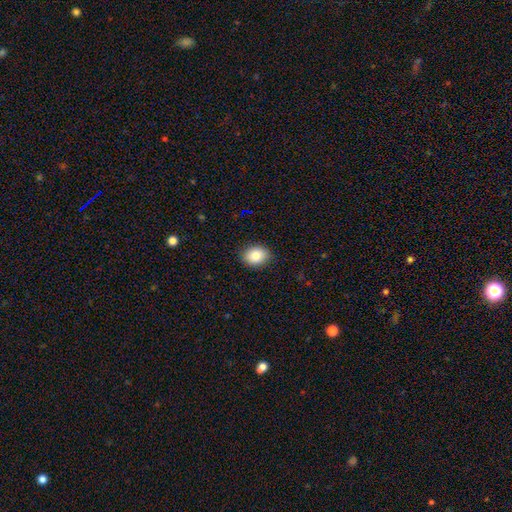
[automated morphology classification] This is clearly a smooth galaxy (83%). How rounded: possibly in between (57%). Merging: clearly none (89%).